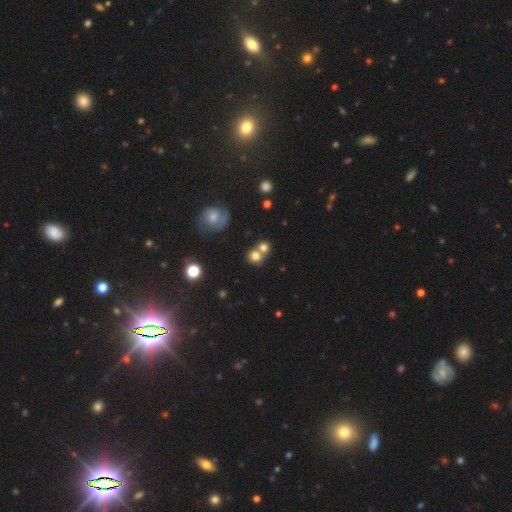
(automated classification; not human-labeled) smooth_or_featured: smooth (p=0.75) [alt: featured or disk p=0.13]
how_rounded: round (p=0.82) [alt: in between p=0.17]
merging: merger (p=0.47) [alt: none p=0.42]